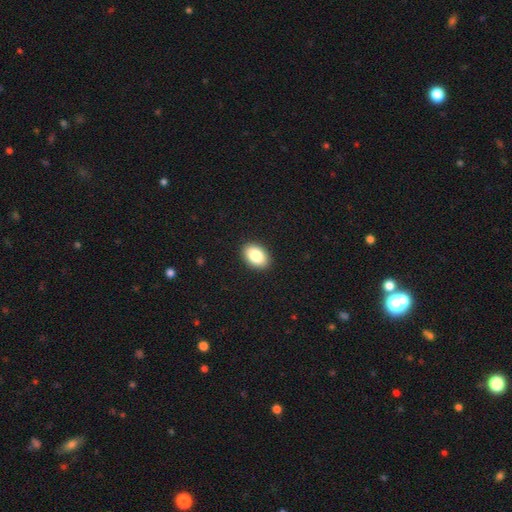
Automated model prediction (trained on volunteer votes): Smooth or featured? Predicted: smooth (p=0.85). How rounded? Predicted: in between (p=0.87). Merging? Predicted: none (p=0.91).